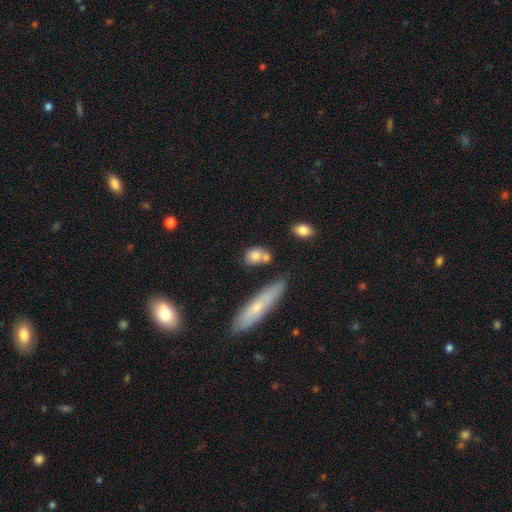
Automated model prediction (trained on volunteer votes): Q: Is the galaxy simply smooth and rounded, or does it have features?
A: smooth — 76%.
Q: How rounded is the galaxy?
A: round — 48%.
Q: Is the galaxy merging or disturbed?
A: none — 48%.